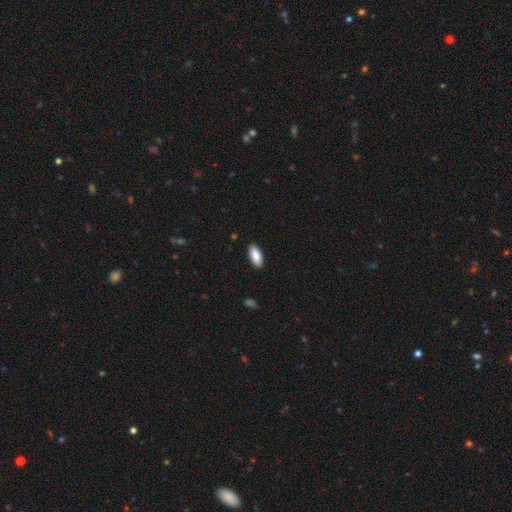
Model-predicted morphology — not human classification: Smooth or featured? Predicted: smooth (p=0.89). How rounded? Predicted: in between (p=0.86). Merging? Predicted: none (p=0.89).